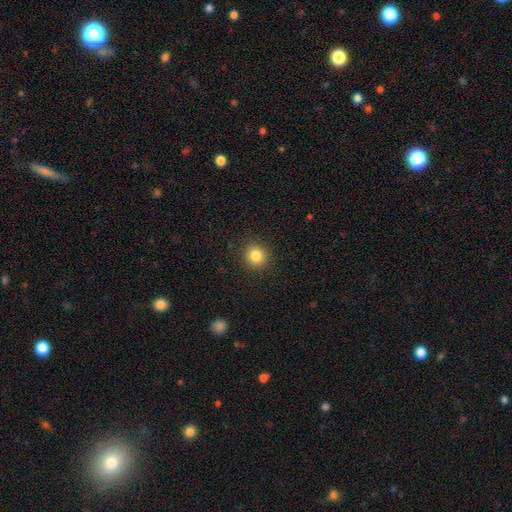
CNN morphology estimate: type=smooth (84%); roundness=round (90%); merging=none (91%).